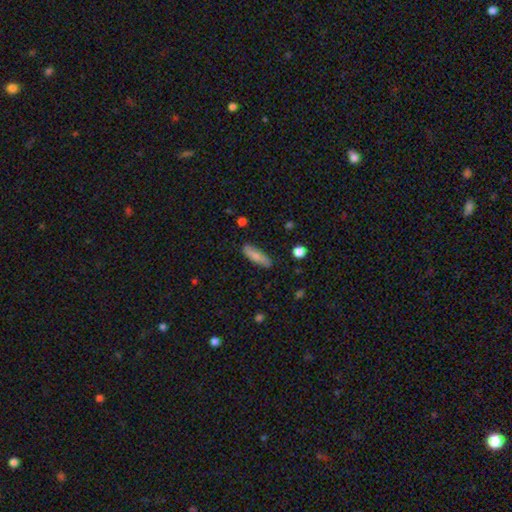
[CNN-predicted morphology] Smooth or featured?
  - smooth: 76% *
  - featured or disk: 18%
  - star or artifact: 6%
How rounded?
  - cigar-shaped: 59% *
  - in between: 39%
  - round: 2%
Merging?
  - none: 83% *
  - minor disturbance: 13%
  - major disturbance: 2%
  - merger: 2%